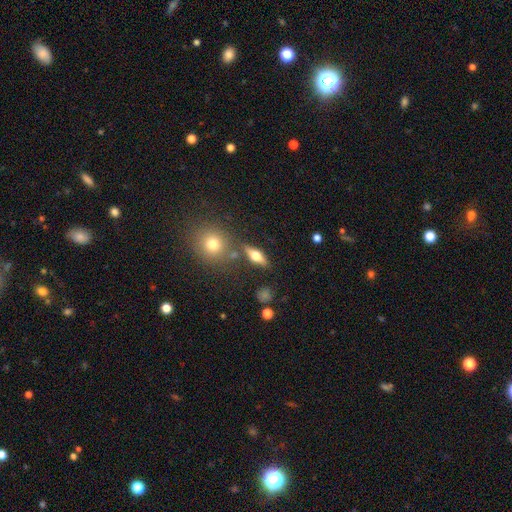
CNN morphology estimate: Smooth or featured?
  - smooth: 48% *
  - featured or disk: 42%
  - star or artifact: 10%
Merging?
  - none: 78% *
  - minor disturbance: 10%
  - merger: 8%
  - major disturbance: 4%